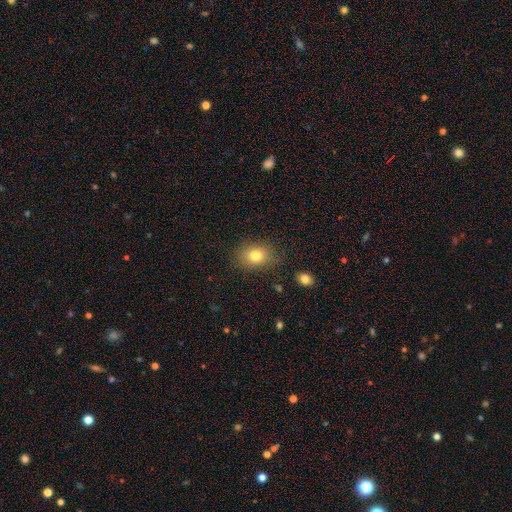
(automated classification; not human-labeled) A smooth galaxy with no disk features (80%) that is in between round and cigar-shaped (61%). Merging: none (81%).